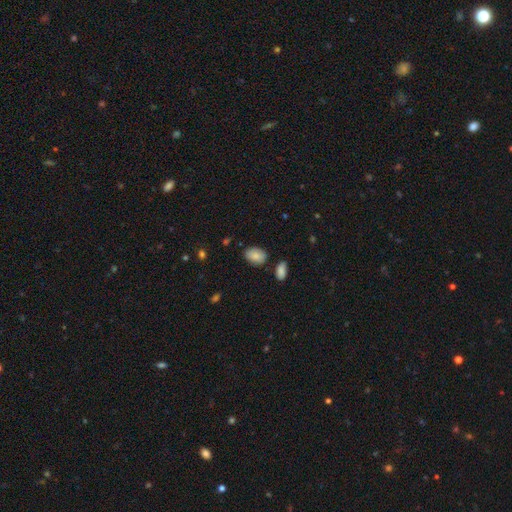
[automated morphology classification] Overall: smooth (85%). How rounded: in between (85%). Merging: none (79%).